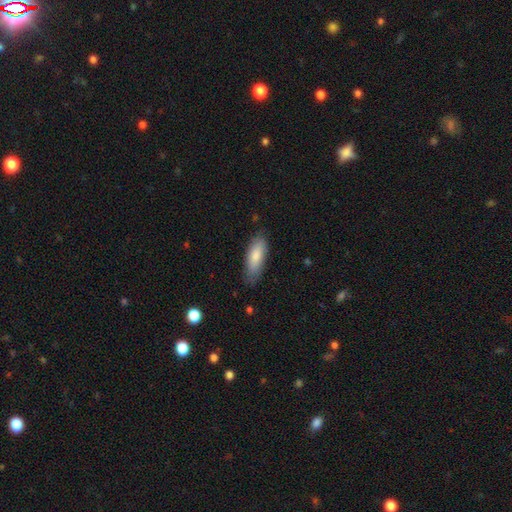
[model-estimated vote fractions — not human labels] Q: Smooth or featured?
A: smooth (83%); runner-up: featured or disk (11%)
Q: How rounded?
A: in between (67%); runner-up: cigar-shaped (31%)
Q: Merging?
A: none (78%); runner-up: minor disturbance (17%)